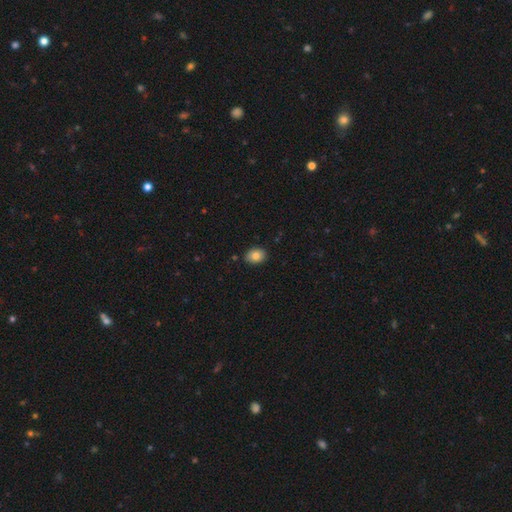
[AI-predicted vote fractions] A smooth galaxy with no disk features (83%) that is in between round and cigar-shaped (69%).

Vote fractions:
- Smooth or featured? smooth: 83% / star or artifact: 9% / featured or disk: 8%
- How rounded? in between: 69% / round: 31% / cigar-shaped: 1%
- Merging? none: 86% / minor disturbance: 10% / major disturbance: 2% / merger: 1%